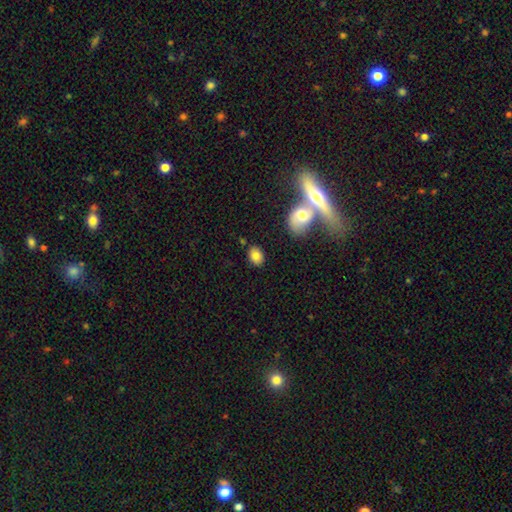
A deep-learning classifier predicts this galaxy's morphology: A smooth galaxy with no disk features (82%) that is in between round and cigar-shaped (66%). Merging: none (79%).